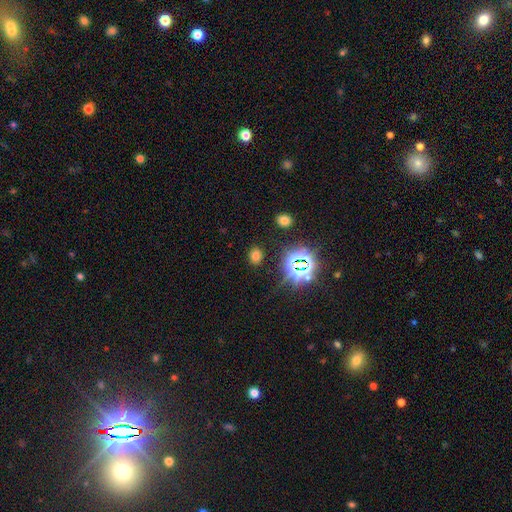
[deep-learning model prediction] This appears to be a smooth galaxy with no disk features (63%) that is in between round and cigar-shaped (52%). Merging: none (86%).